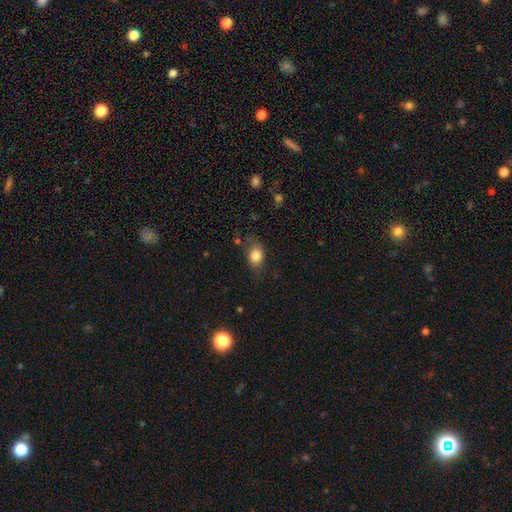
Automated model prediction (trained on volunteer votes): Morphology: type=smooth (83%); roundness=in between (65%); merging=none (69%).